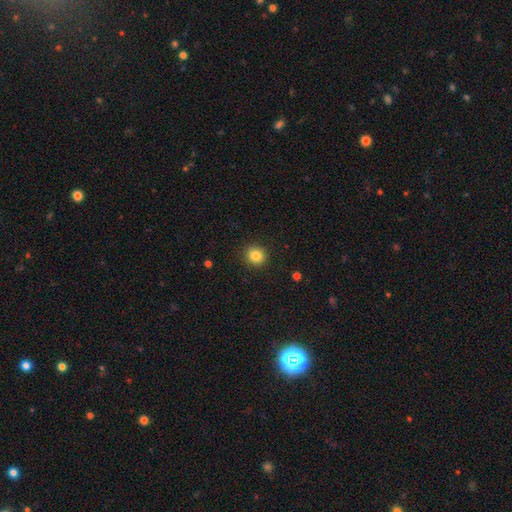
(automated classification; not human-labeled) Morphology: type=smooth (84%); roundness=round (89%); merging=none (91%).